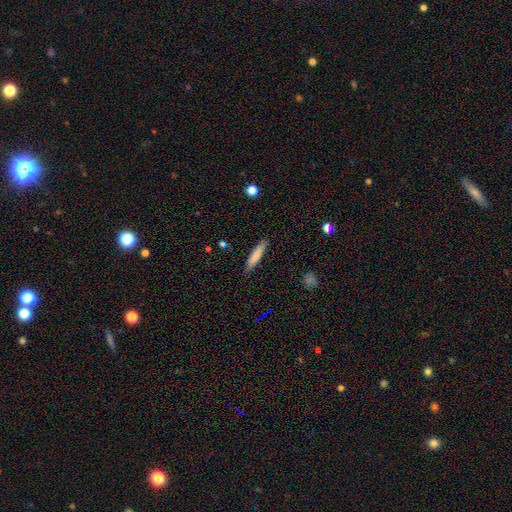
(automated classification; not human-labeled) smooth_or_featured: smooth (p=0.77) [alt: featured or disk p=0.17]
how_rounded: cigar-shaped (p=0.88) [alt: in between p=0.11]
merging: none (p=0.86) [alt: minor disturbance p=0.11]